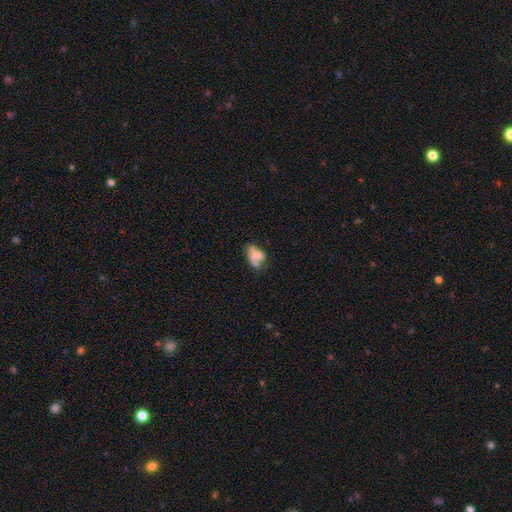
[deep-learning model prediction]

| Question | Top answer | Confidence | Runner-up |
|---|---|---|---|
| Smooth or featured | smooth | 53% | featured or disk (37%) |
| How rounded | in between | 82% | round (16%) |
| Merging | none | 33% | minor disturbance (30%) |